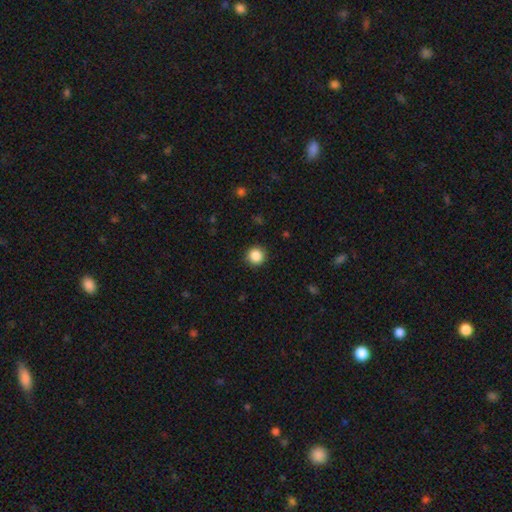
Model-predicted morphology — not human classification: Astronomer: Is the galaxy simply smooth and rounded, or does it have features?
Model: smooth — 87%.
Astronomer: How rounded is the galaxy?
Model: round — 94%.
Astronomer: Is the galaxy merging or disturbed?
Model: none — 91%.